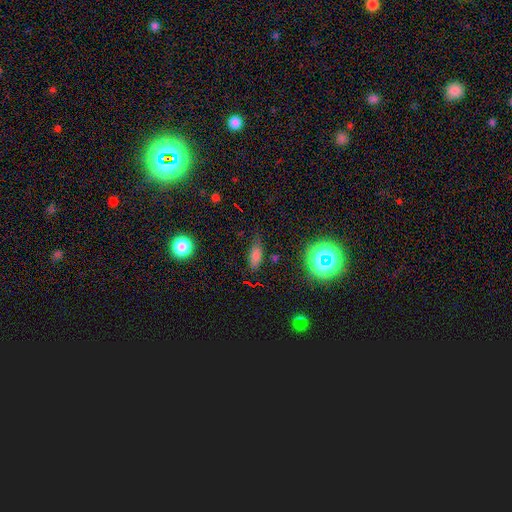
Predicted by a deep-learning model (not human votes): A smooth galaxy with no disk features (69%) that is in between round and cigar-shaped (75%). Merging: none (76%).